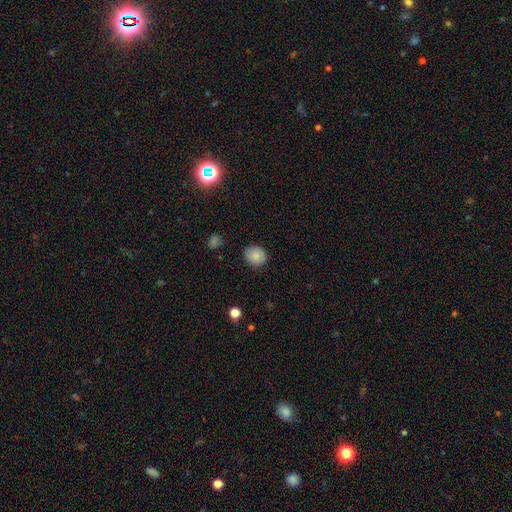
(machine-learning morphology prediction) Smooth or featured?
  - smooth: 84% *
  - star or artifact: 9%
  - featured or disk: 7%
How rounded?
  - round: 77% *
  - in between: 22%
  - cigar-shaped: 1%
Merging?
  - none: 83% *
  - minor disturbance: 14%
  - major disturbance: 3%
  - merger: 1%